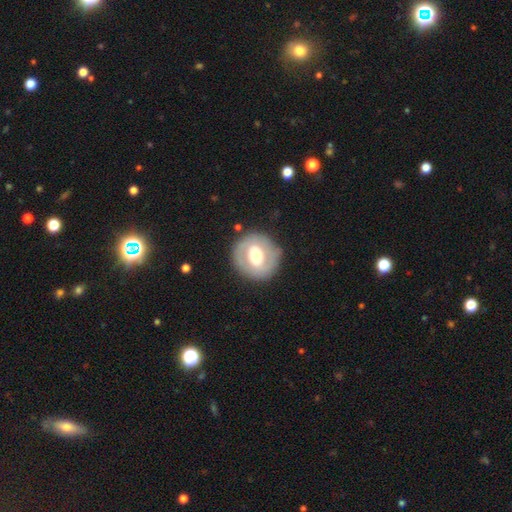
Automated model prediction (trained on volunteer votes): Q: Smooth or featured?
A: featured or disk (52%); runner-up: smooth (42%)
Q: Edge-on disk?
A: no (96%); runner-up: yes (4%)
Q: Bar?
A: no (46%); runner-up: weak (36%)
Q: Spiral arms?
A: no (61%); runner-up: yes (39%)
Q: Bulge size?
A: moderate (66%); runner-up: large (22%)
Q: Merging?
A: none (83%); runner-up: minor disturbance (11%)